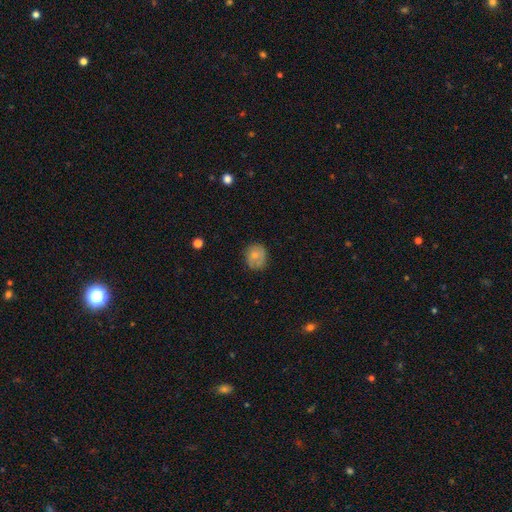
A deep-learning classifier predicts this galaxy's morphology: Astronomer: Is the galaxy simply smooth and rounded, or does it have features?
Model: smooth — 67%.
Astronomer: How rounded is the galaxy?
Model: round — 71%.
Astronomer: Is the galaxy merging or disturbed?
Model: none — 66%.